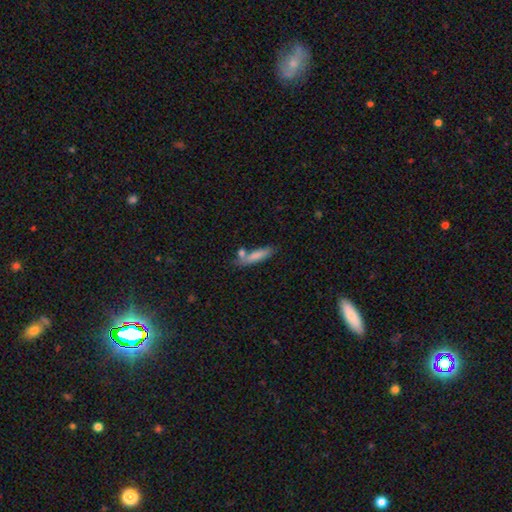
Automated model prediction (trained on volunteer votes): Smooth or featured? smooth (80%)
How rounded? cigar-shaped (69%)
Merging? none (61%)